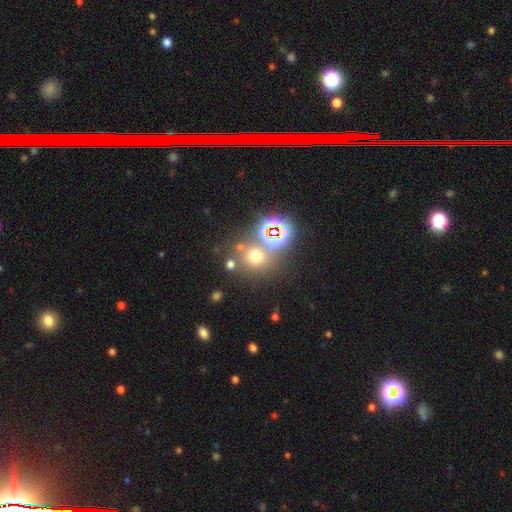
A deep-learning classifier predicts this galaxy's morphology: Q: Smooth or featured?
A: smooth (55%); runner-up: star or artifact (35%)
Q: How rounded?
A: round (86%); runner-up: in between (13%)
Q: Merging?
A: none (67%); runner-up: merger (19%)